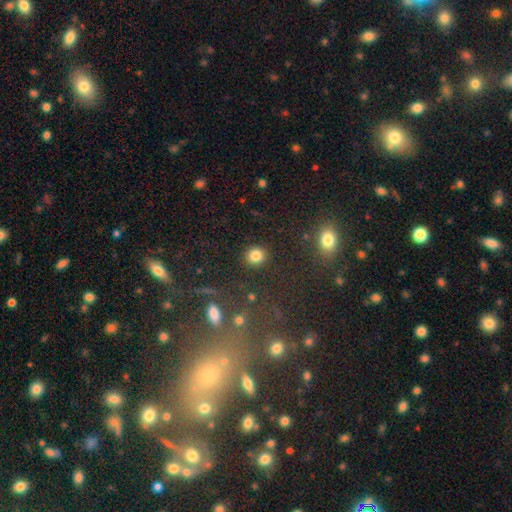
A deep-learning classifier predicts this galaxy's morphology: smooth_or_featured: smooth (p=0.83) [alt: star or artifact p=0.11]
how_rounded: round (p=0.85) [alt: in between p=0.14]
merging: none (p=0.89) [alt: minor disturbance p=0.06]